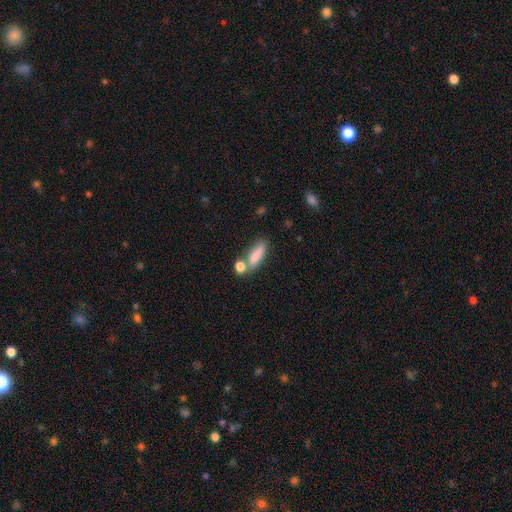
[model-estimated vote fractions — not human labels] Overall: smooth (83%). How rounded: in between (52%; cigar-shaped 43%). Merging: none (57%; merger 23%).